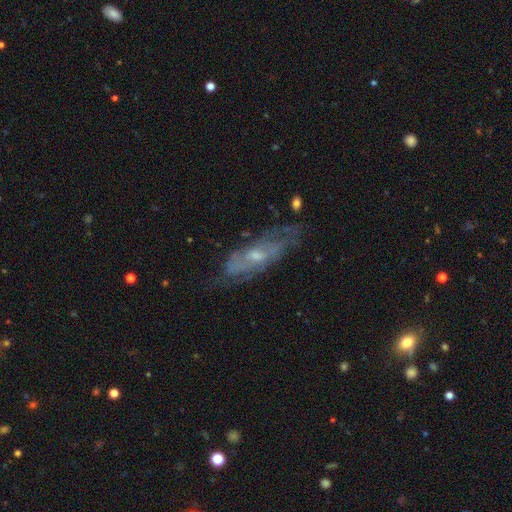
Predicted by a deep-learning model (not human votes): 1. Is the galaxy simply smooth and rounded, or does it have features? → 72% featured or disk, 20% smooth, 8% star or artifact.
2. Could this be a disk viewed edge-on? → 78% no, 22% yes.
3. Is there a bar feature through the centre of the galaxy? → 61% no, 33% weak, 6% strong.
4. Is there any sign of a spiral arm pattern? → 74% yes, 26% no.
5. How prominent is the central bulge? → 47% moderate, 46% small, 4% none, 2% large, 1% dominant.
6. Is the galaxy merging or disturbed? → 63% none, 23% minor disturbance, 11% major disturbance, 2% merger.